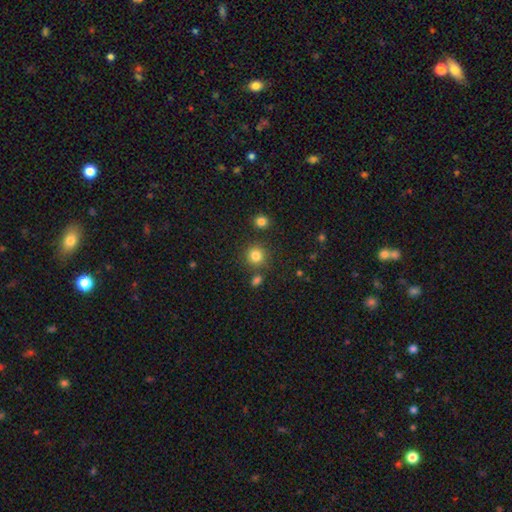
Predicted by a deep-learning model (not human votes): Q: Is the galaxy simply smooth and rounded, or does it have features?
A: smooth — 82%.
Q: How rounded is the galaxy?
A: round — 91%.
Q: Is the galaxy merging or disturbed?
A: none — 82%.